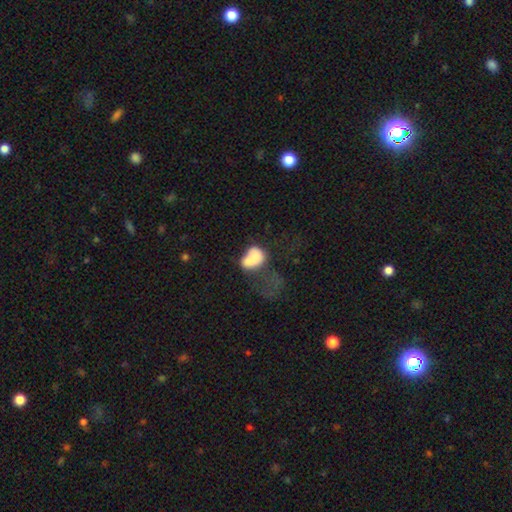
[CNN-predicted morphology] smooth_or_featured: smooth (p=0.70) [alt: featured or disk p=0.21]
how_rounded: in between (p=0.80) [alt: round p=0.18]
merging: major disturbance (p=0.47) [alt: merger p=0.21]